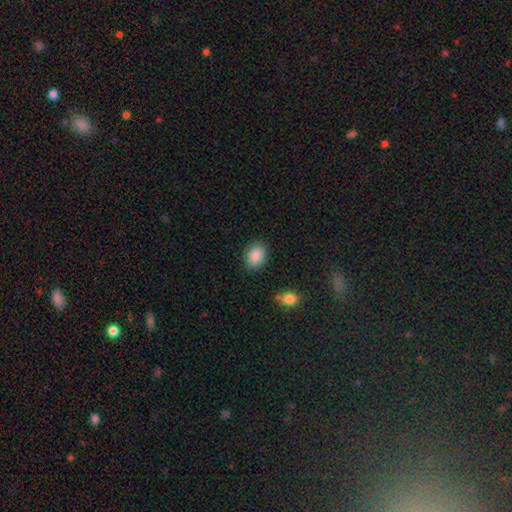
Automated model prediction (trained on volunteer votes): Smooth or featured? Predicted: smooth (p=0.88). How rounded? Predicted: in between (p=0.75). Merging? Predicted: none (p=0.85).